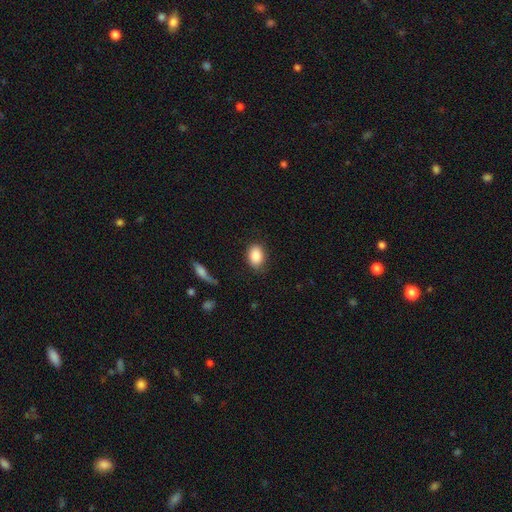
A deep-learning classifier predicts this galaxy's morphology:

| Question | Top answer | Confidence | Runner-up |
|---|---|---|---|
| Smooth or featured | smooth | 87% | star or artifact (7%) |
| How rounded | in between | 80% | round (19%) |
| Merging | none | 82% | minor disturbance (12%) |